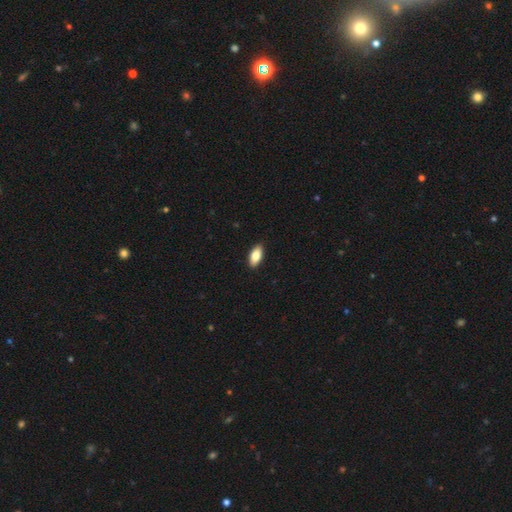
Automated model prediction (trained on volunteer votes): A smooth galaxy with no disk features (83%) that is in between round and cigar-shaped (88%).

Vote fractions:
- Smooth or featured? smooth: 83% / featured or disk: 11% / star or artifact: 6%
- How rounded? in between: 88% / cigar-shaped: 9% / round: 3%
- Merging? none: 89% / minor disturbance: 8% / major disturbance: 2% / merger: 1%